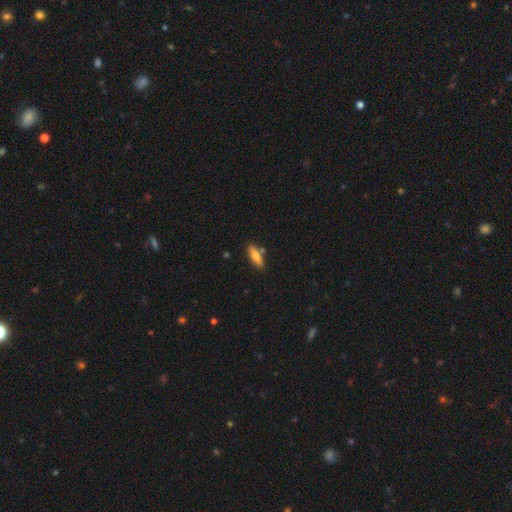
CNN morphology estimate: Overall: smooth (74%). How rounded: in between (58%; cigar-shaped 40%). Merging: none (78%).